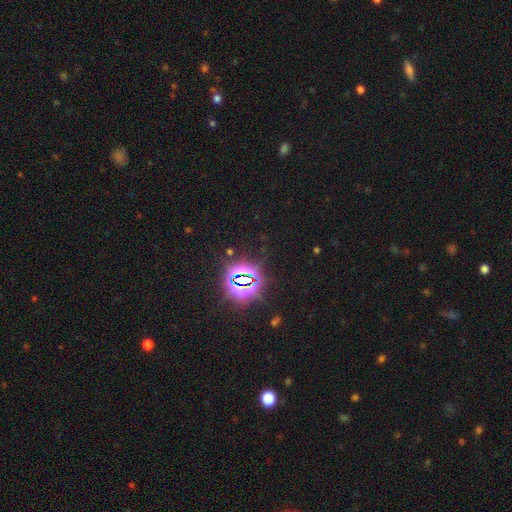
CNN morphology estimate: type=star or artifact (85%).